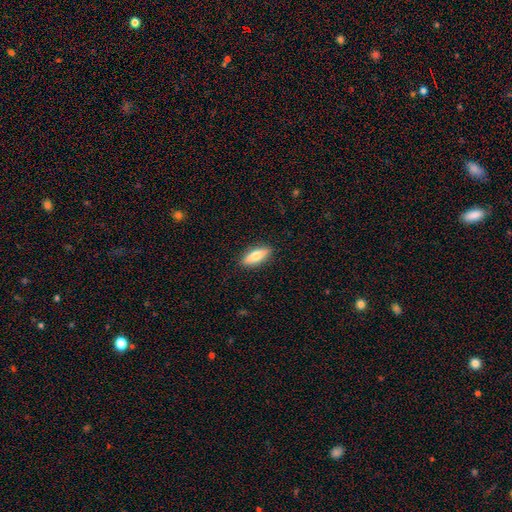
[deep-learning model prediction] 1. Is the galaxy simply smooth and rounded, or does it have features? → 71% smooth, 24% featured or disk, 6% star or artifact.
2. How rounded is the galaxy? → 61% in between, 36% cigar-shaped, 3% round.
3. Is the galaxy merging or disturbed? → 89% none, 8% minor disturbance, 2% major disturbance, 1% merger.